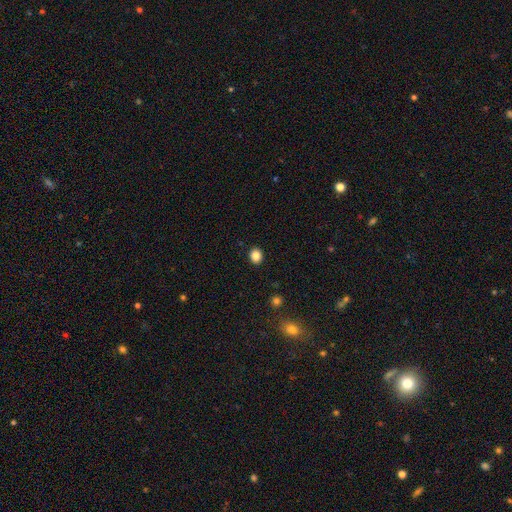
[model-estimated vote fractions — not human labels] smooth 86%, star or artifact 10%, featured or disk 4%. Down the decision tree: how rounded — round (65%); merging — none (91%).